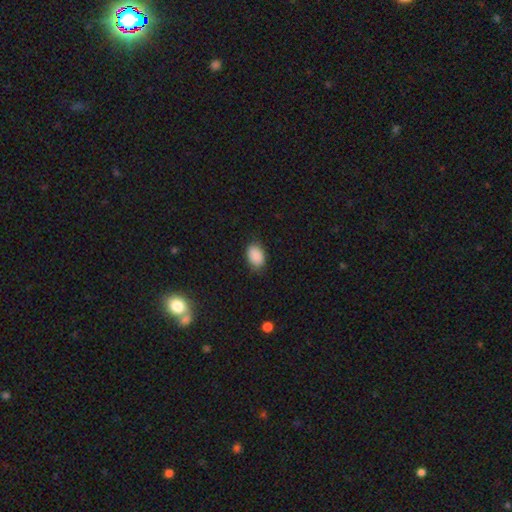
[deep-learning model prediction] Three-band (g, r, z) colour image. It shows a smooth galaxy with no disk features (90%) that is in between round and cigar-shaped (86%). Merging: none (83%).